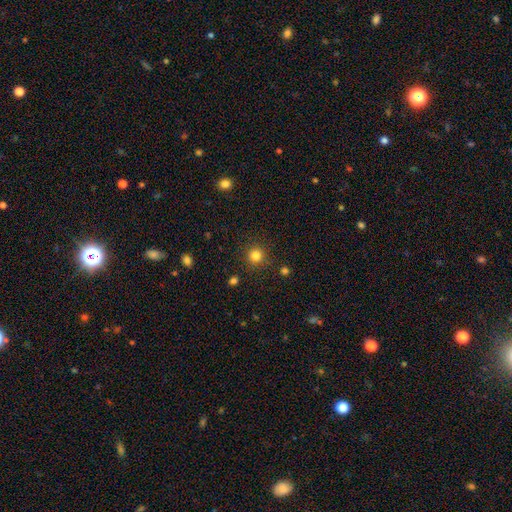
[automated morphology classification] smooth_or_featured: smooth (p=0.82) [alt: star or artifact p=0.13]
how_rounded: round (p=0.94) [alt: in between p=0.05]
merging: none (p=0.90) [alt: minor disturbance p=0.06]